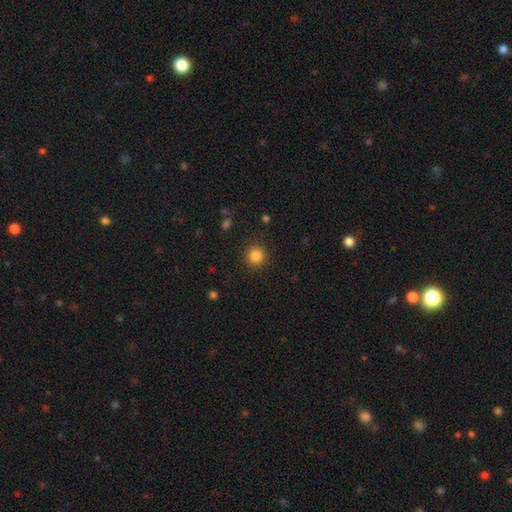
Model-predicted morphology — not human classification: This appears to be a smooth galaxy with no disk features (85%) that is round (92%). Merging: none (90%).